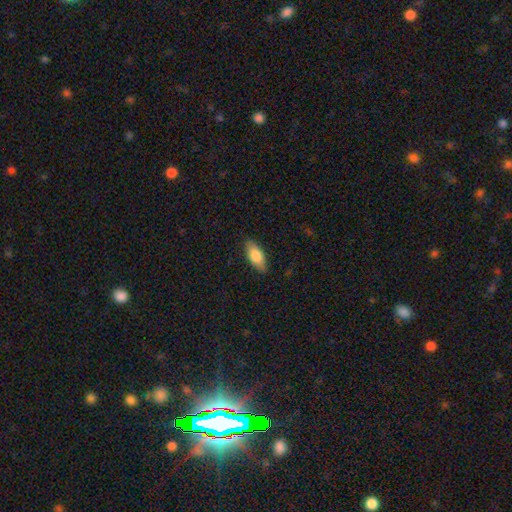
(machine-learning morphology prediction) smooth-or-featured: smooth: 80% | featured or disk: 14% | star or artifact: 6%
  how-rounded: in between: 84% | cigar-shaped: 14% | round: 3%
  merging: none: 87% | minor disturbance: 10% | major disturbance: 2% | merger: 1%